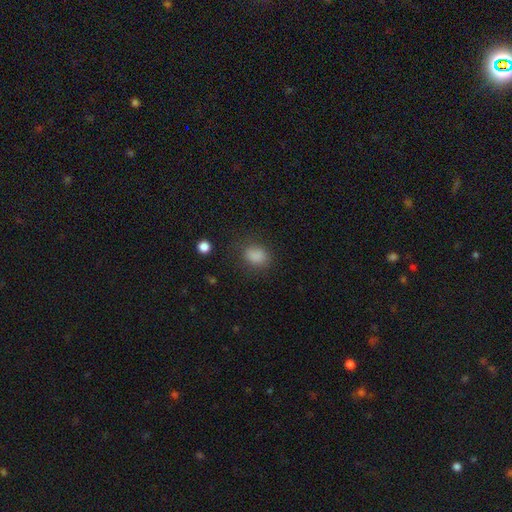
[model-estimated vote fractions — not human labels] Morphology: type=smooth (84%); roundness=in between (61%); merging=none (75%).